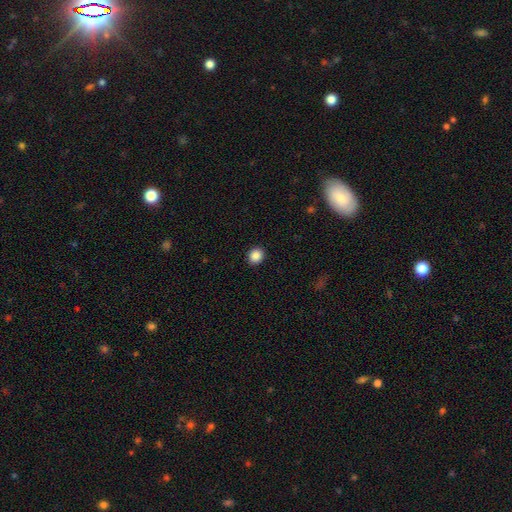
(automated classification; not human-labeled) A smooth galaxy with no disk features (88%) that is round (74%).

Vote fractions:
- Smooth or featured? smooth: 88% / star or artifact: 9% / featured or disk: 3%
- How rounded? round: 74% / in between: 25% / cigar-shaped: 1%
- Merging? none: 92% / minor disturbance: 5% / major disturbance: 2% / merger: 1%